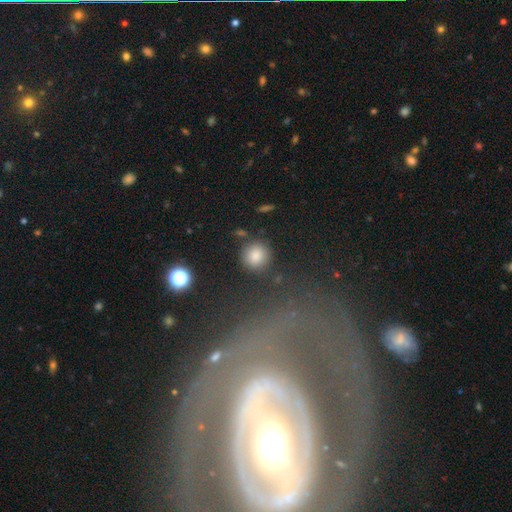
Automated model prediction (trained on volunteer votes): Morphology: type=smooth (83%); roundness=round (88%); merging=none (81%).